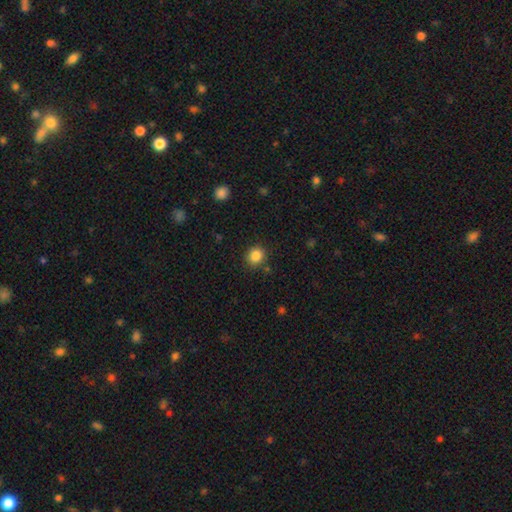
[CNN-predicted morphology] Smooth or featured? smooth (85%)
How rounded? round (87%)
Merging? none (86%)